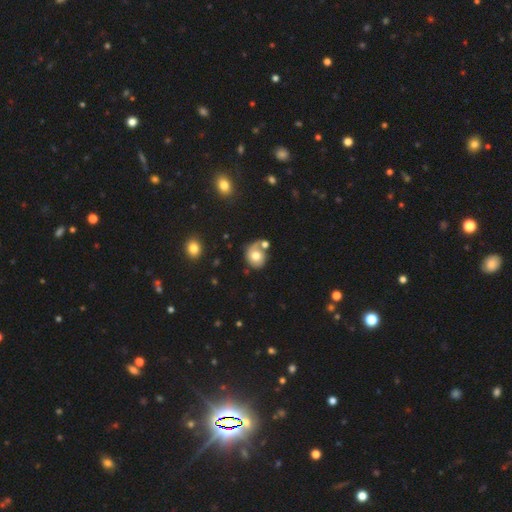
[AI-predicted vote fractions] smooth 63%, featured or disk 28%, star or artifact 9%. Down the decision tree: how rounded — round (73%); merging — none (44%).